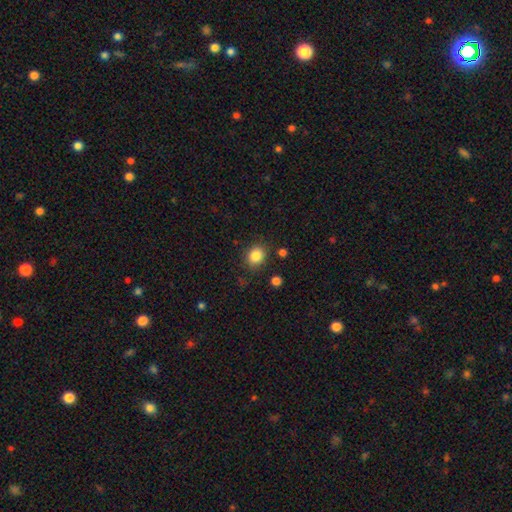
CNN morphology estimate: This is clearly a smooth galaxy (85%). How rounded: likely round (60%). Merging: clearly none (83%).